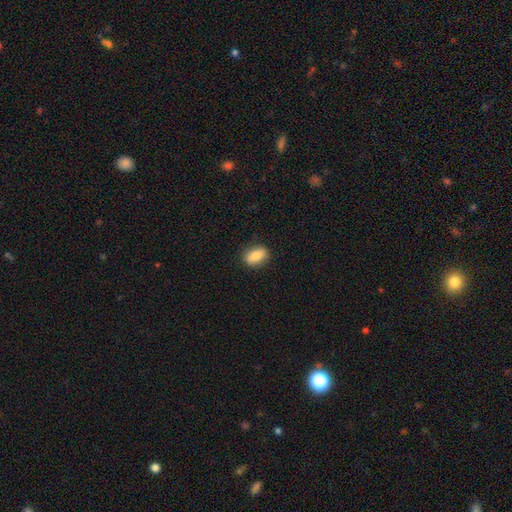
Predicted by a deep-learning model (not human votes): A smooth galaxy with no disk features (84%) that is in between round and cigar-shaped (84%).

Vote fractions:
- Smooth or featured? smooth: 84% / featured or disk: 9% / star or artifact: 7%
- How rounded? in between: 84% / round: 10% / cigar-shaped: 5%
- Merging? none: 85% / minor disturbance: 12% / major disturbance: 3% / merger: 1%